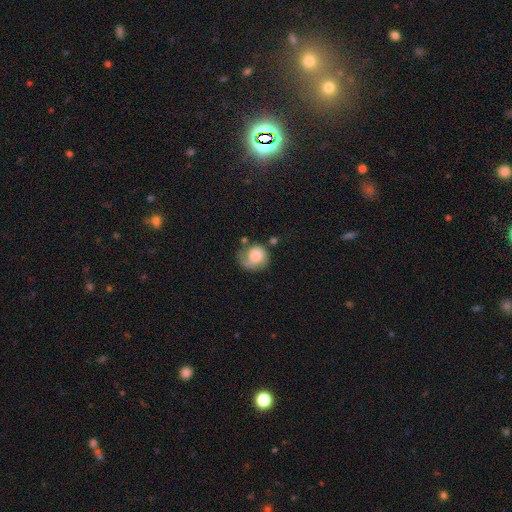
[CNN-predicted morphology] Smooth or featured?
  - smooth: 62% *
  - featured or disk: 31%
  - star or artifact: 7%
How rounded?
  - round: 78% *
  - in between: 21%
  - cigar-shaped: 1%
Merging?
  - none: 38% *
  - major disturbance: 27%
  - minor disturbance: 27%
  - merger: 8%